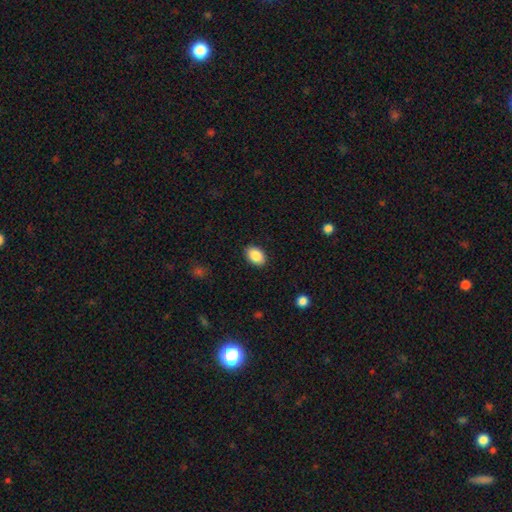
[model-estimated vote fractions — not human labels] This is clearly a smooth galaxy (88%). How rounded: clearly in between (87%). Merging: clearly none (88%).